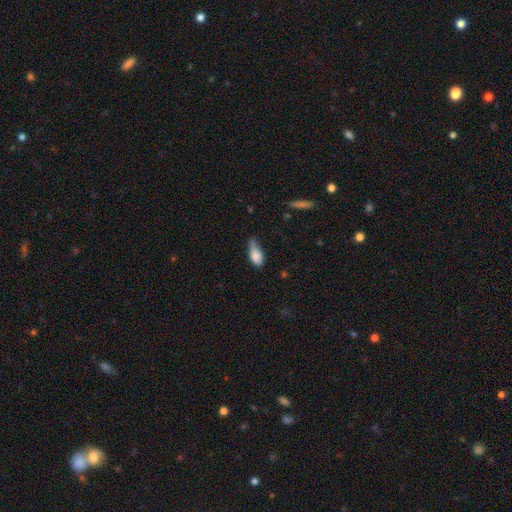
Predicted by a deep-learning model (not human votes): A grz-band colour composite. It shows a smooth galaxy with no disk features (81%) that is in between round and cigar-shaped (86%). Merging: minor disturbance (43%).